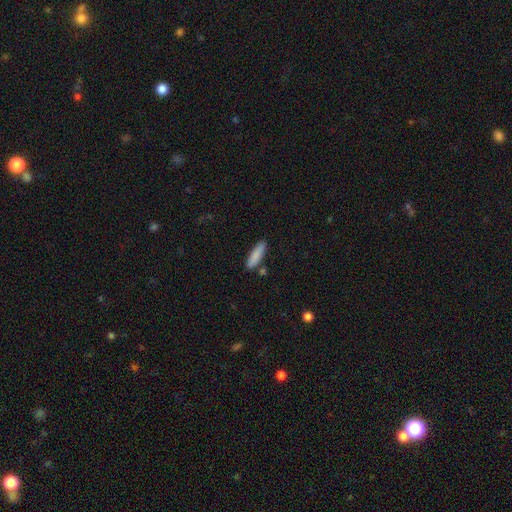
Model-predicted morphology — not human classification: Q: Smooth or featured?
A: smooth (85%); runner-up: featured or disk (8%)
Q: How rounded?
A: cigar-shaped (68%); runner-up: in between (30%)
Q: Merging?
A: none (82%); runner-up: minor disturbance (11%)